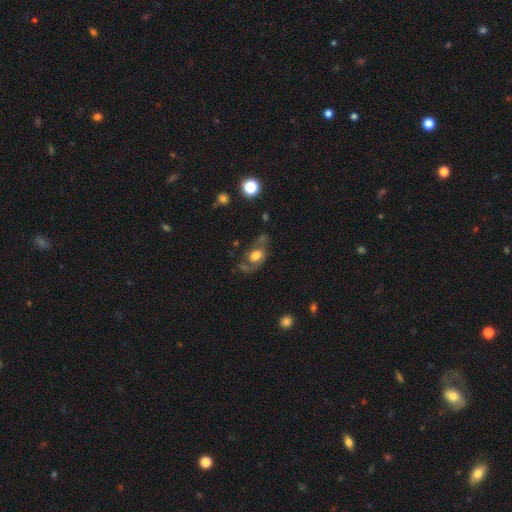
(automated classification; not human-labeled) Smooth or featured? Predicted: featured or disk (p=0.53). Edge-on disk? Predicted: no (p=0.91). Merging? Predicted: none (p=0.54).